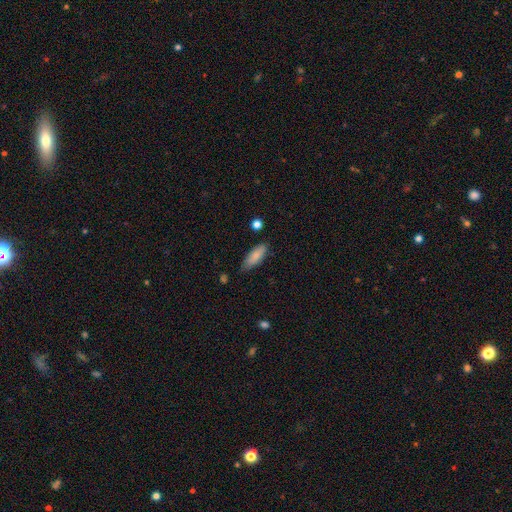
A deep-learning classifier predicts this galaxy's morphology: Smooth or featured? Predicted: smooth (p=0.83). How rounded? Predicted: in between (p=0.70). Merging? Predicted: none (p=0.75).